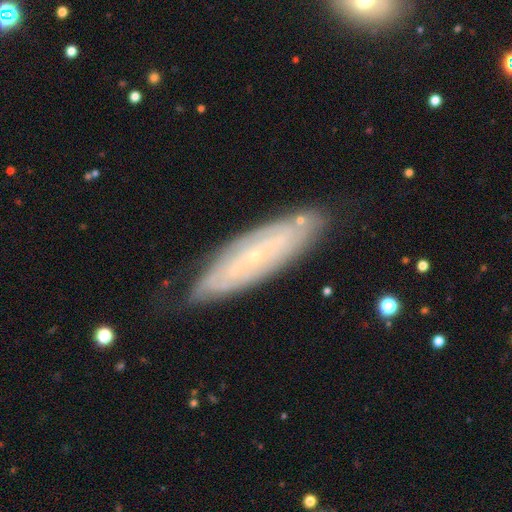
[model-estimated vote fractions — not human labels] The model was most divided on "smooth or featured": featured or disk: 74%, smooth: 19%, star or artifact: 7%. More confident: bulge size — small (88%); spiral arms — yes (81%); merging — none (79%); bar — no (79%); edge-on disk — no (78%).